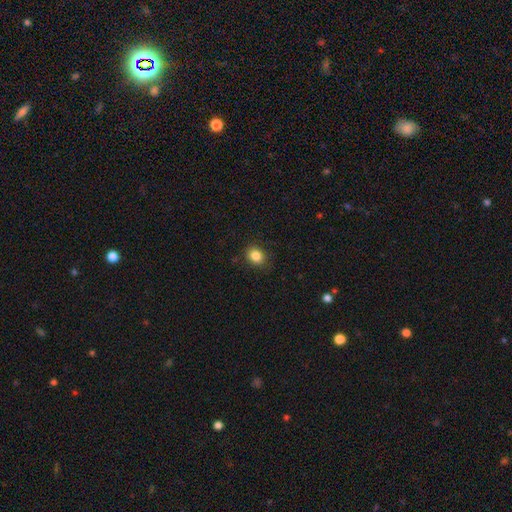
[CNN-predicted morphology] type=smooth (85%); roundness=round (56%); merging=none (86%).